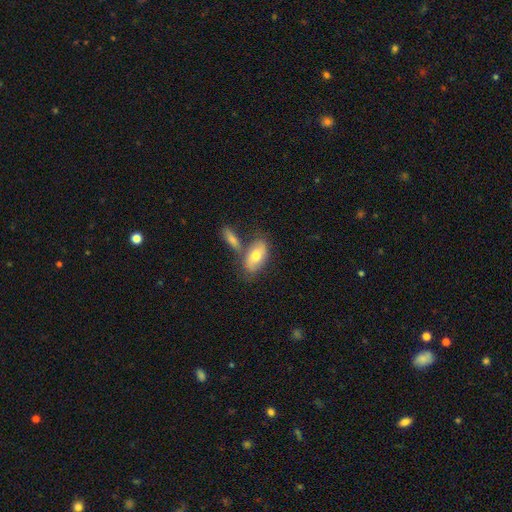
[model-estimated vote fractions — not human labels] Smooth or featured: smooth — 66% (featured or disk — 28%)
How rounded: in between — 91% (cigar-shaped — 5%)
Merging: none — 51% (merger — 29%)